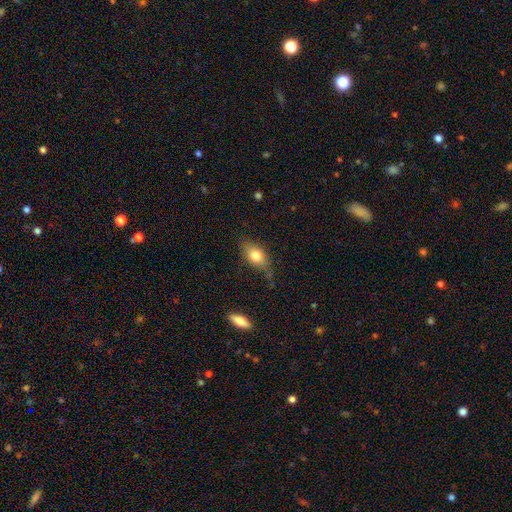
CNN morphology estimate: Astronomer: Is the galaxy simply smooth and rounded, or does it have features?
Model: smooth — 76%.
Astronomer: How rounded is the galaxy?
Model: in between — 83%.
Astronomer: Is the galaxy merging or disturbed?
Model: none — 66%.